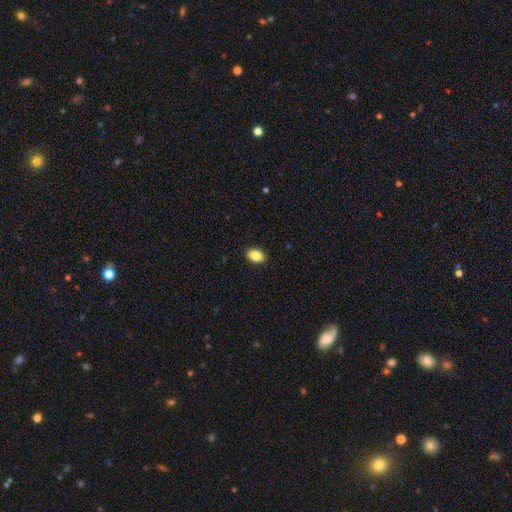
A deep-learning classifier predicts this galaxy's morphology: Smooth or featured? smooth (87%)
How rounded? in between (89%)
Merging? none (90%)